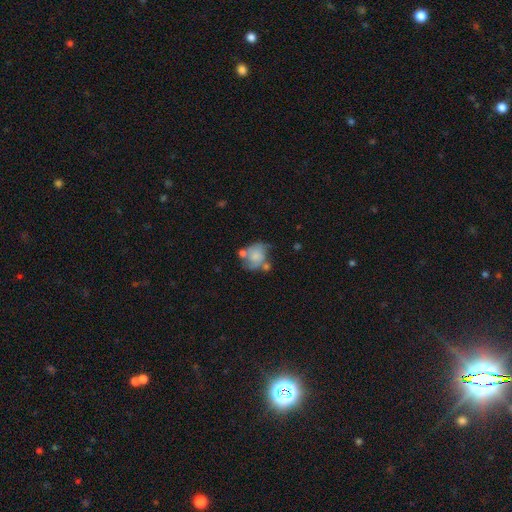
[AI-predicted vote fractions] Smooth or featured?
  - smooth: 50% *
  - featured or disk: 42%
  - star or artifact: 8%
Merging?
  - none: 37% *
  - minor disturbance: 25%
  - merger: 21%
  - major disturbance: 17%